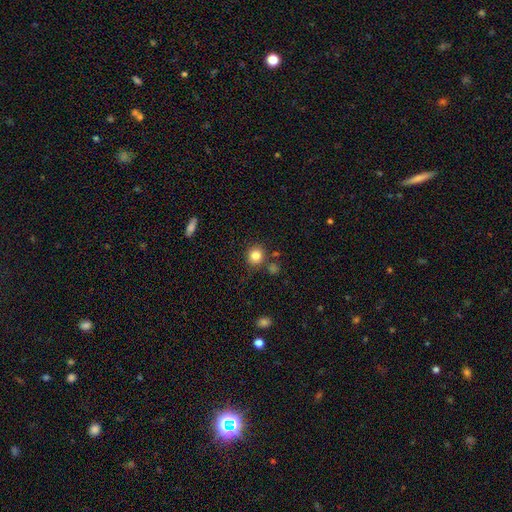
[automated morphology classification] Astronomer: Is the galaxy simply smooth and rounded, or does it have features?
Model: smooth — 83%.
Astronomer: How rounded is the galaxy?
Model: round — 87%.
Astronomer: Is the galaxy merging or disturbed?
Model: none — 79%.